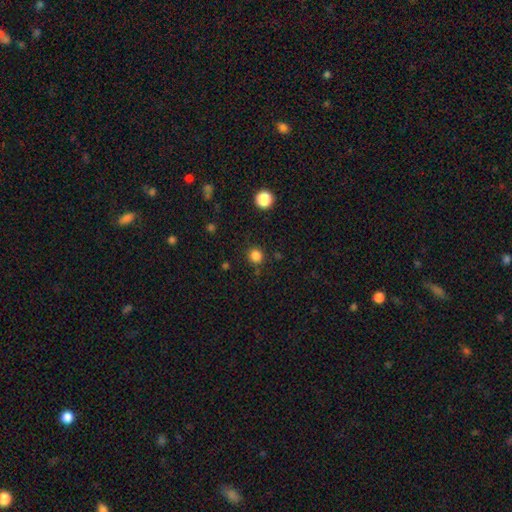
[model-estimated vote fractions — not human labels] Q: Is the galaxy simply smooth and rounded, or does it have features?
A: smooth — 82%.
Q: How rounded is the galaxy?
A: round — 92%.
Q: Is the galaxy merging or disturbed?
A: none — 86%.